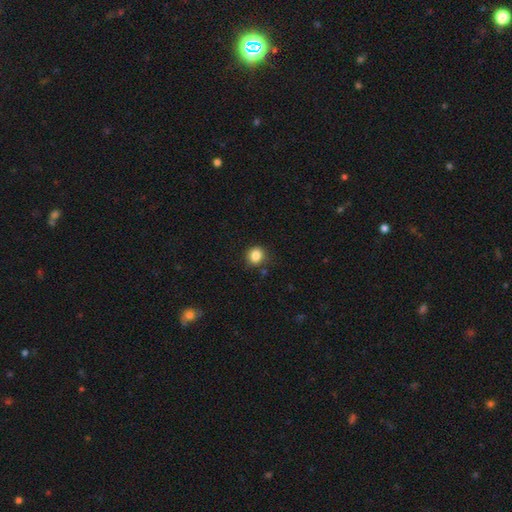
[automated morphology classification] The model was most divided on "how rounded": round: 80%, in between: 19%, cigar-shaped: 1%. More confident: smooth or featured — smooth (85%); merging — none (83%).